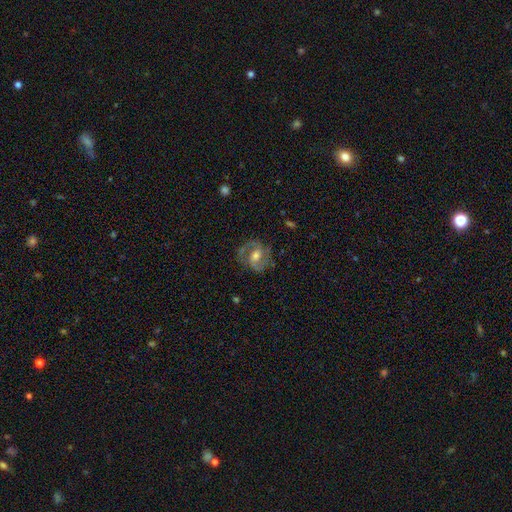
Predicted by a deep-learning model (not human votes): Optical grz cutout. It shows a featured or disk galaxy (80%) with a weak bar (48%), 2 (85%) medium (55%) spiral arms (93%) and a moderate central bulge (64%). Merging: none (73%).